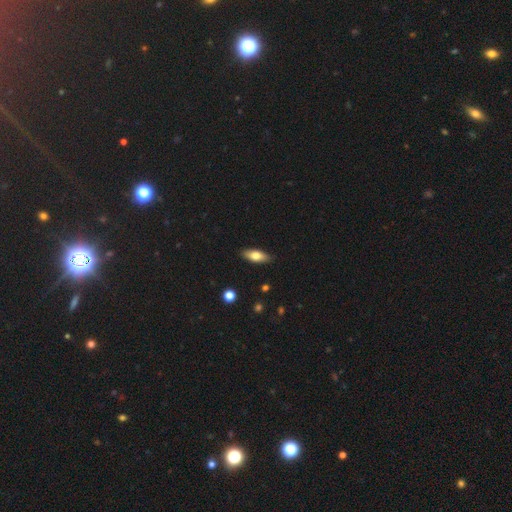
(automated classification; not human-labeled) Q: Smooth or featured?
A: smooth (71%); runner-up: featured or disk (22%)
Q: How rounded?
A: in between (76%); runner-up: cigar-shaped (21%)
Q: Merging?
A: none (87%); runner-up: minor disturbance (10%)